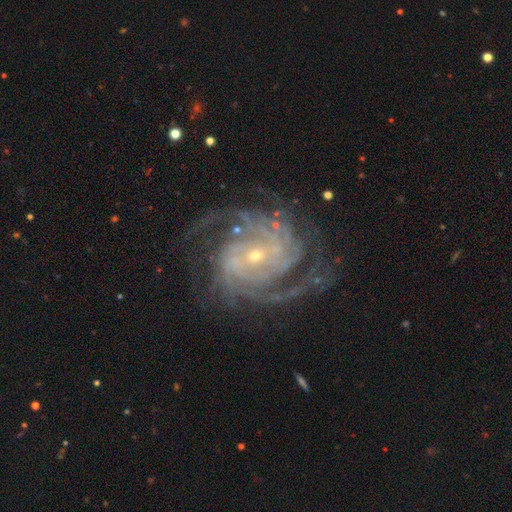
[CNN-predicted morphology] A featured or disk galaxy (91%) with no bar (46%), 2 (21%, tied with 4) tight (57%) spiral arms (98%) and a small central bulge (82%).

Vote fractions:
- Smooth or featured? featured or disk: 91% / star or artifact: 6% / smooth: 3%
- Edge-on disk? no: 98% / yes: 2%
- Bar? no: 46% / weak: 35% / strong: 19%
- Spiral arms? yes: 98% / no: 2%
- Spiral winding? tight: 57% / medium: 36% / loose: 6%
- Spiral arm count? 2: 21% (tied) / 4: 21% (tied) / 3: 19% / can't tell: 17% / more than 4: 12% / 1: 9%
- Bulge size? small: 82% / moderate: 15% / none: 2% / large: 1% / dominant: 1%
- Merging? none: 73% / minor disturbance: 15% / major disturbance: 11% / merger: 2%